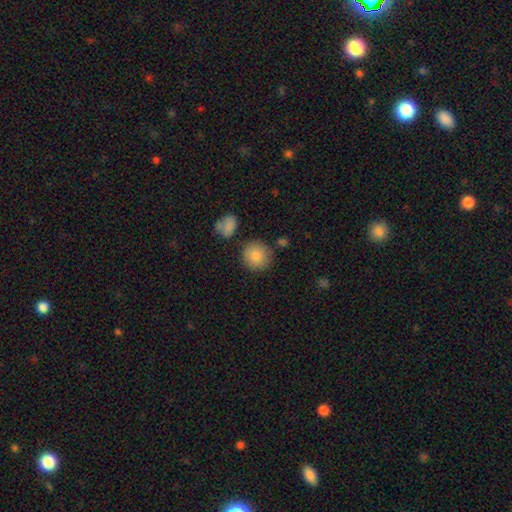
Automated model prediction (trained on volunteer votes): Smooth or featured: smooth — 83% (star or artifact — 8%)
How rounded: round — 92% (in between — 7%)
Merging: none — 81% (minor disturbance — 11%)